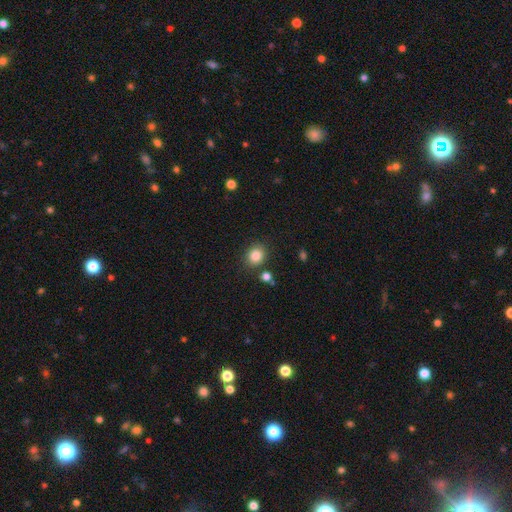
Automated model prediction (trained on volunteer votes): This appears to be a smooth galaxy with no disk features (84%) that is round (71%). Merging: none (83%).